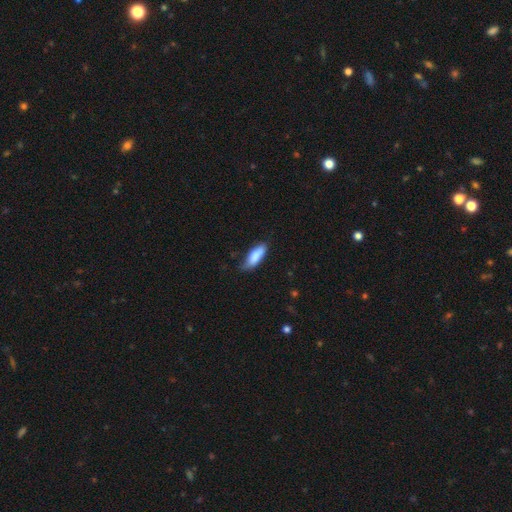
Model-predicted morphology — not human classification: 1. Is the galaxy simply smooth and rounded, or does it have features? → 86% smooth, 8% featured or disk, 6% star or artifact.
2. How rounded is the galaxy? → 66% in between, 32% cigar-shaped, 2% round.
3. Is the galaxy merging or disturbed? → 63% none, 30% minor disturbance, 5% major disturbance, 2% merger.